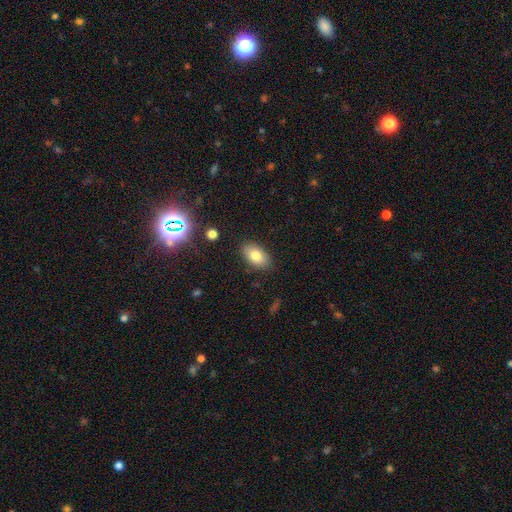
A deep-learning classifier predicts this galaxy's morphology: Q: Smooth or featured?
A: smooth (80%); runner-up: featured or disk (12%)
Q: How rounded?
A: in between (92%); runner-up: round (6%)
Q: Merging?
A: none (85%); runner-up: minor disturbance (11%)